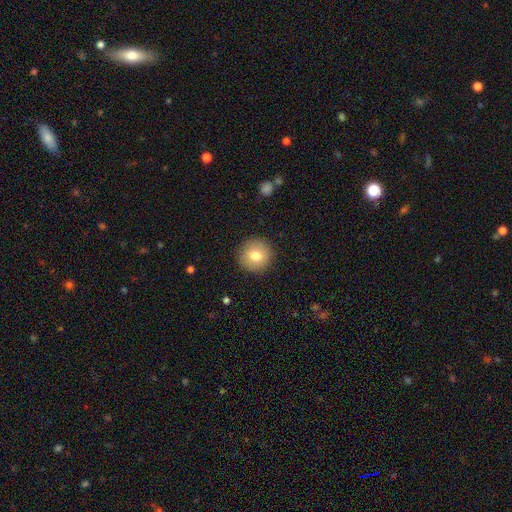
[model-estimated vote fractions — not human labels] A smooth galaxy with no disk features (77%) that is round (94%).

Vote fractions:
- Smooth or featured? smooth: 77% / featured or disk: 14% / star or artifact: 9%
- How rounded? round: 94% / in between: 6% / cigar-shaped: 1%
- Merging? none: 90% / minor disturbance: 7% / major disturbance: 2% / merger: 1%